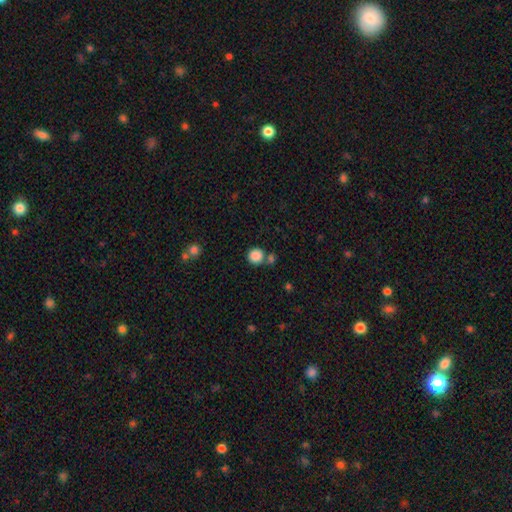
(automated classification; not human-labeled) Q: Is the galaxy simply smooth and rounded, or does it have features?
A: smooth — 86%.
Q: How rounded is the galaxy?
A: round — 90%.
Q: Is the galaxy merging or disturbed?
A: none — 70%.